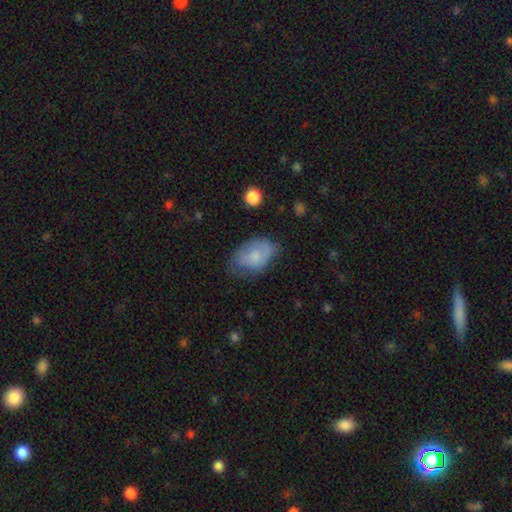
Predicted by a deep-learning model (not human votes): smooth 76%, featured or disk 17%, star or artifact 7%. Down the decision tree: how rounded — in between (89%); merging — none (48%).